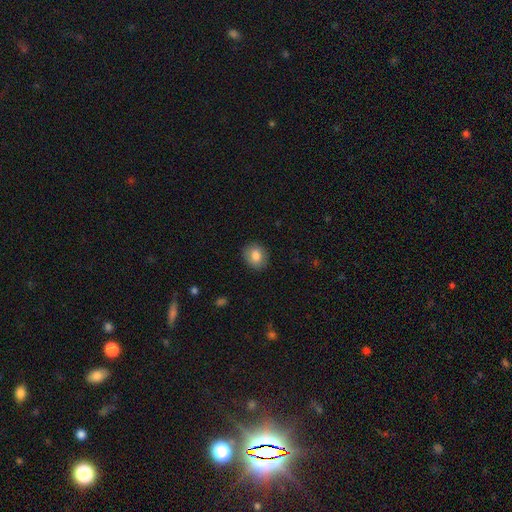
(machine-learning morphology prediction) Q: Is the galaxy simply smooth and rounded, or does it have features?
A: smooth — 83%.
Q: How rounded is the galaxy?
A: round — 64%.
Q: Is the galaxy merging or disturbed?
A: none — 87%.